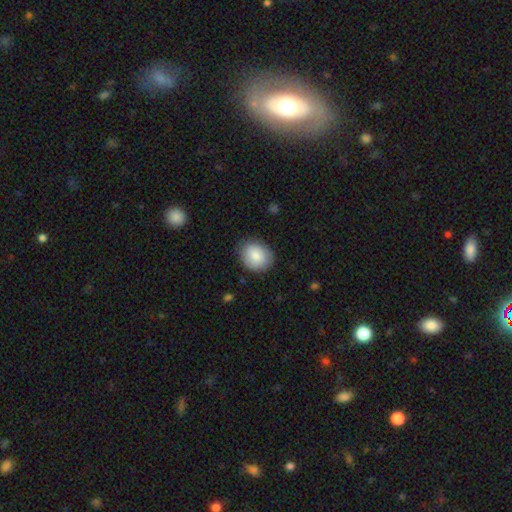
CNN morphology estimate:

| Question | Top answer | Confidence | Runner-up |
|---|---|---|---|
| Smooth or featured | smooth | 84% | featured or disk (9%) |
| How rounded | round | 50% | in between (49%) |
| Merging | none | 83% | minor disturbance (13%) |